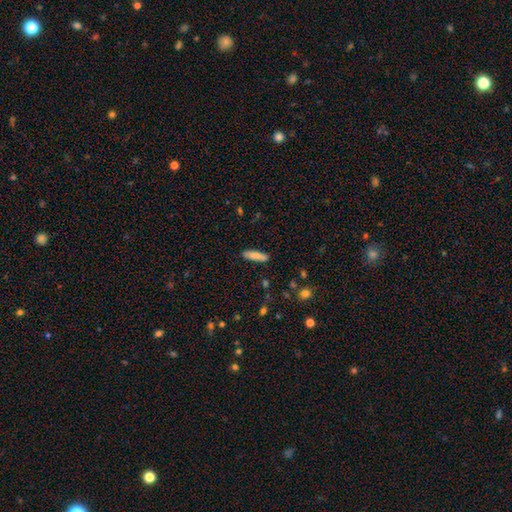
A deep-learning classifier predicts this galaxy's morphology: Smooth or featured?
  - smooth: 77% *
  - featured or disk: 16%
  - star or artifact: 7%
How rounded?
  - cigar-shaped: 65% *
  - in between: 33%
  - round: 2%
Merging?
  - none: 84% *
  - minor disturbance: 11%
  - merger: 3%
  - major disturbance: 2%